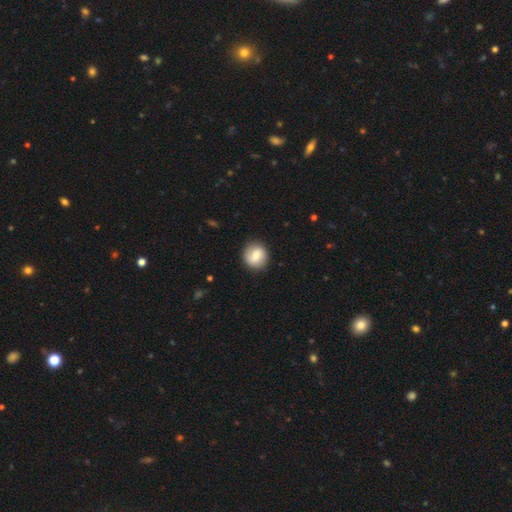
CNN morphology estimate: Overall: smooth (73%). How rounded: round (88%). Merging: none (88%).